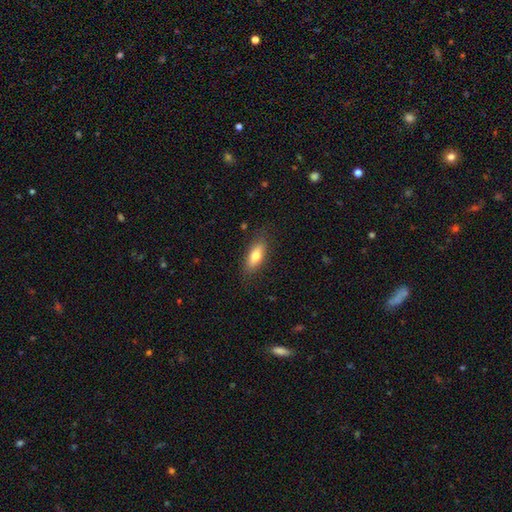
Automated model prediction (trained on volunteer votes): This is likely a smooth galaxy (75%). How rounded: likely in between (74%). Merging: clearly none (82%).